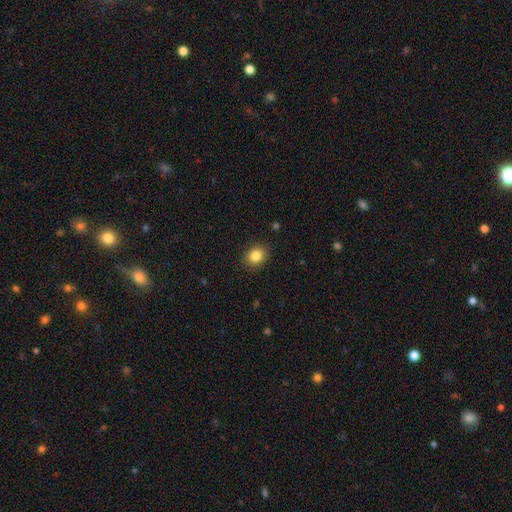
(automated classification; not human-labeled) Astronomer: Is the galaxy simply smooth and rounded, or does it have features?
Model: smooth — 85%.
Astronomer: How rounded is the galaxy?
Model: round — 59% (runner-up: in between, 40%).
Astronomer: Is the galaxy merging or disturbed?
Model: none — 89%.